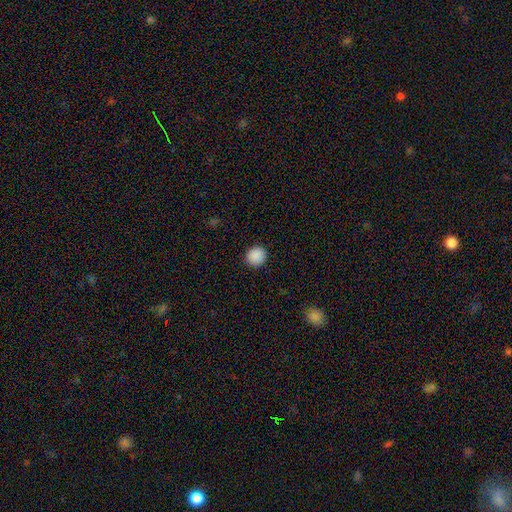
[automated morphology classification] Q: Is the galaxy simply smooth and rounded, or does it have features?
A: smooth — 89%.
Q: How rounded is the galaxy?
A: round — 91%.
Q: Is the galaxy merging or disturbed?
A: none — 92%.